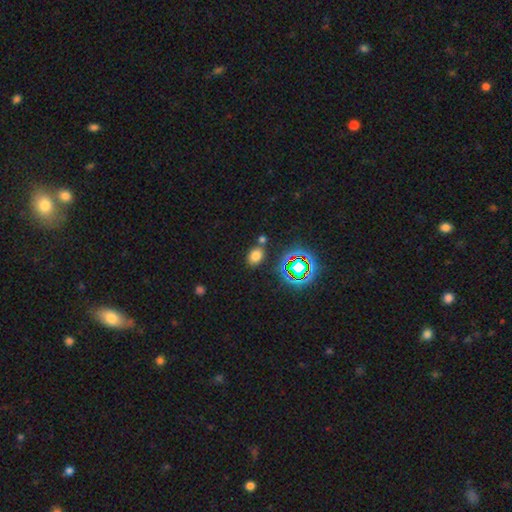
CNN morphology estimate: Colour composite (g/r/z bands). It shows a smooth galaxy with no disk features (70%) that is in between round and cigar-shaped (69%). Merging: none (74%).